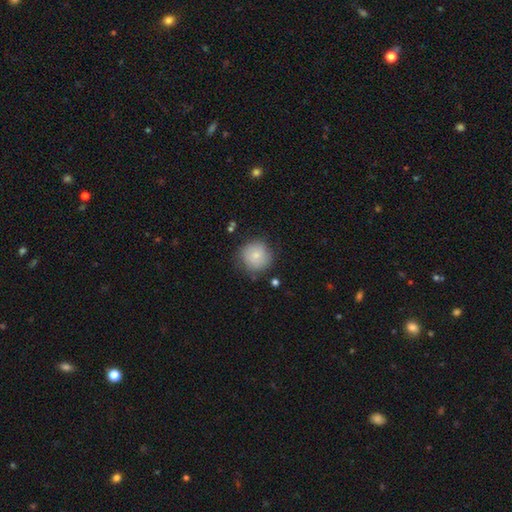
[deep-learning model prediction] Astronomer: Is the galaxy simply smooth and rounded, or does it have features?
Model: smooth — 79%.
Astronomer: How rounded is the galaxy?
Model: round — 93%.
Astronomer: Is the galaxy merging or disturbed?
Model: none — 76%.